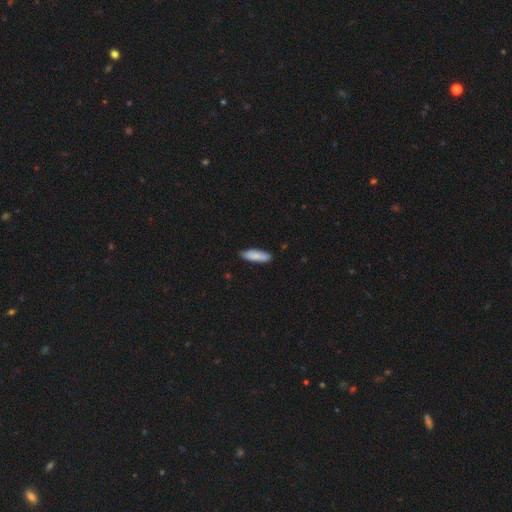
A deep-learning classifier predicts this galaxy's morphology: Smooth or featured? Predicted: smooth (p=0.82). How rounded? Predicted: in between (p=0.52). Merging? Predicted: none (p=0.85).